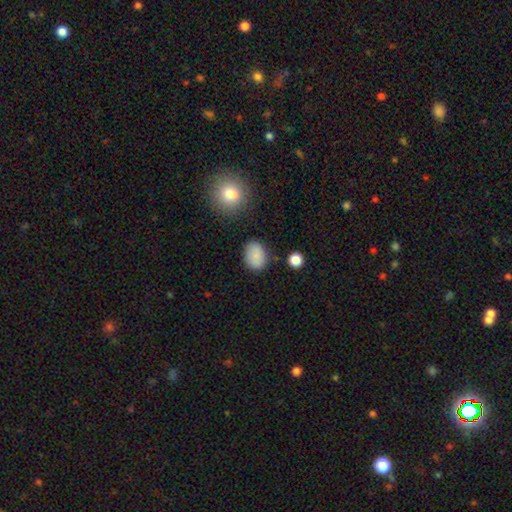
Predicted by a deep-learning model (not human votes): Smooth or featured? Predicted: smooth (p=0.85). How rounded? Predicted: in between (p=0.69). Merging? Predicted: none (p=0.79).